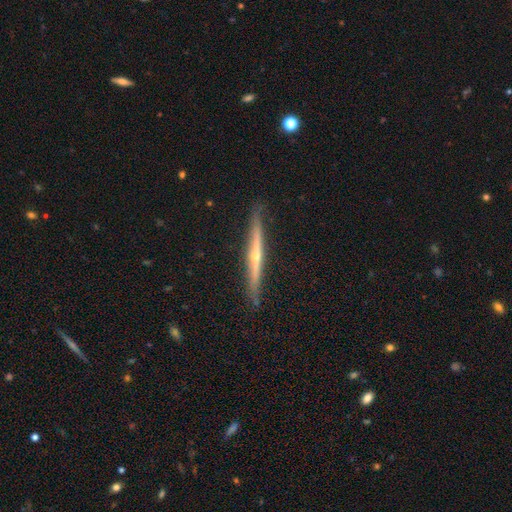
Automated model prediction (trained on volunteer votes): smooth-or-featured: featured or disk: 79% | smooth: 15% | star or artifact: 5%
  disk-edge-on: yes: 98% | no: 2%
    edge-on-bulge: rounded: 83% | none: 15% | boxy: 2%
  merging: none: 89% | minor disturbance: 9% | major disturbance: 1% | merger: 1%